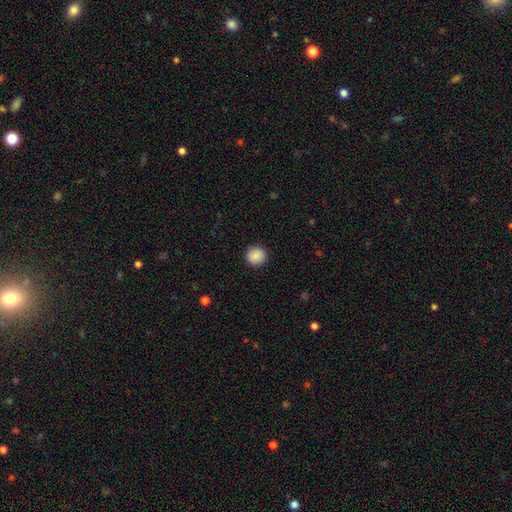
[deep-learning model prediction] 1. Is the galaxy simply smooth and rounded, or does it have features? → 89% smooth, 8% star or artifact, 3% featured or disk.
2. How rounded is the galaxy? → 93% round, 6% in between, 1% cigar-shaped.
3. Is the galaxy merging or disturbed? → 92% none, 5% minor disturbance, 2% major disturbance, 1% merger.